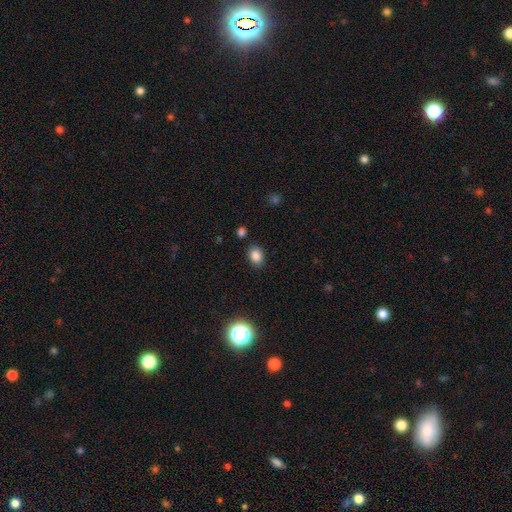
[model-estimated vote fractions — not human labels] Overall: smooth (83%). How rounded: in between (60%; round 39%). Merging: none (84%).